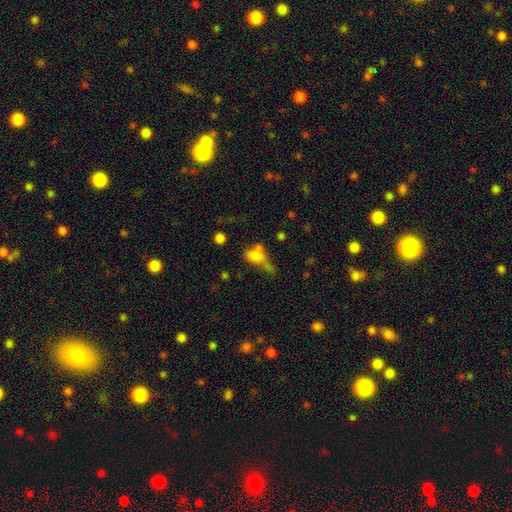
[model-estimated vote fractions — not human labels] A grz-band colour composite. It shows a smooth galaxy with no disk features (69%) that is in between round and cigar-shaped (71%). Merging: merger (33%).